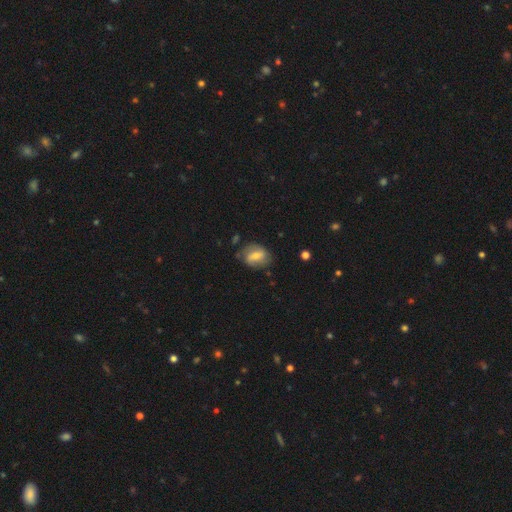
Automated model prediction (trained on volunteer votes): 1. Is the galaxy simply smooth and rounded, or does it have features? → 50% smooth, 42% featured or disk, 8% star or artifact.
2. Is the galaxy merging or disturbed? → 68% none, 22% minor disturbance, 8% major disturbance, 3% merger.